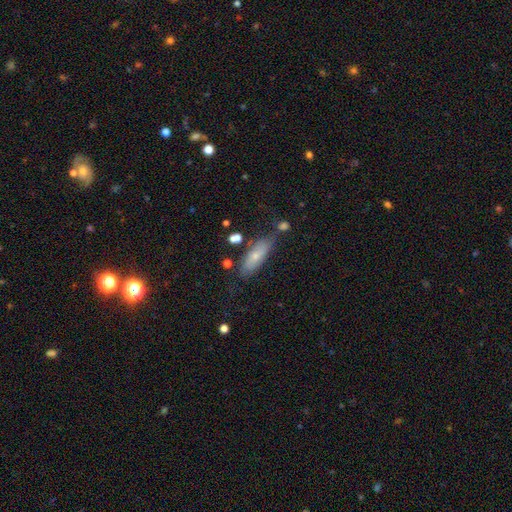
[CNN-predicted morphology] smooth 62%, featured or disk 31%, star or artifact 7%. Down the decision tree: how rounded — in between (59%); merging — none (67%).